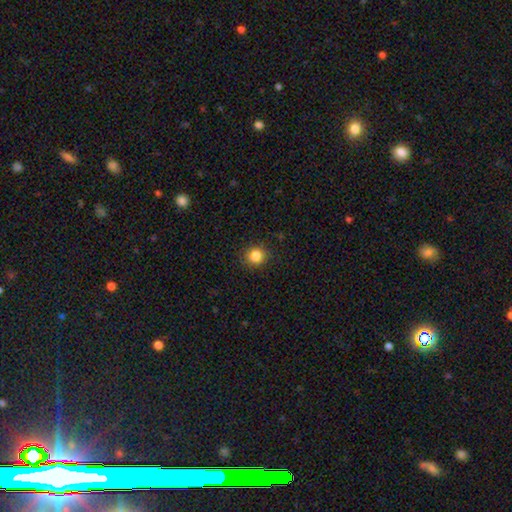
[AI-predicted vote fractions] Smooth or featured?
  - smooth: 85% *
  - star or artifact: 11%
  - featured or disk: 4%
How rounded?
  - round: 90% *
  - in between: 9%
  - cigar-shaped: 1%
Merging?
  - none: 90% *
  - minor disturbance: 7%
  - major disturbance: 2%
  - merger: 1%